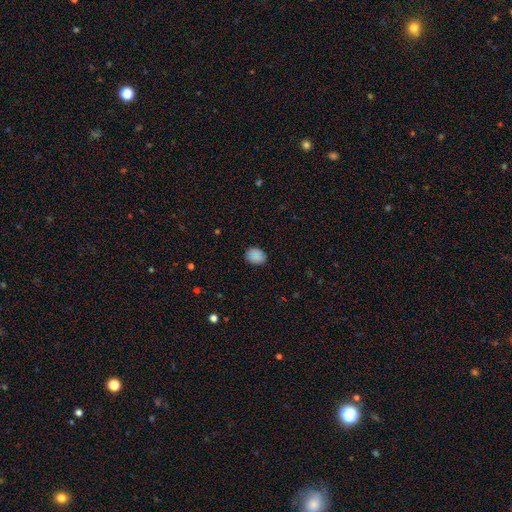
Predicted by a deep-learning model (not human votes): smooth_or_featured: smooth (p=0.74) [alt: star or artifact p=0.17]
how_rounded: in between (p=0.61) [alt: round p=0.37]
merging: none (p=0.86) [alt: minor disturbance p=0.10]